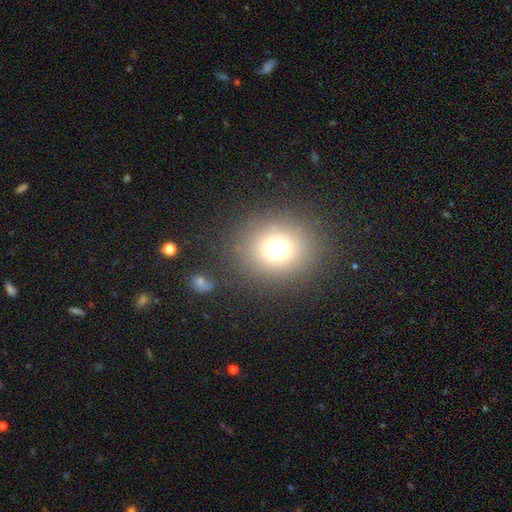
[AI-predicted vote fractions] A smooth galaxy with no disk features (72%) that is round (76%). Merging: none (86%).